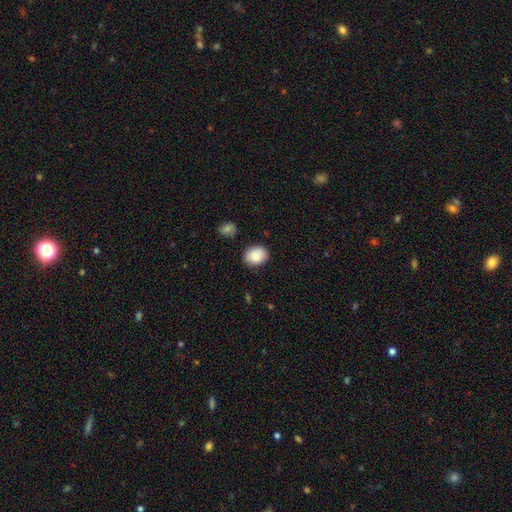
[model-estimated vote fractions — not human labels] This is clearly a smooth galaxy (86%). How rounded: possibly in between (54%). Merging: clearly none (83%).